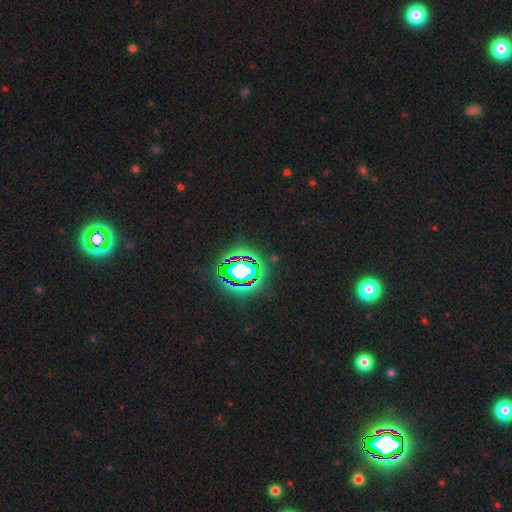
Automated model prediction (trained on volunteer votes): Smooth or featured: star or artifact — 81% (smooth — 11%)